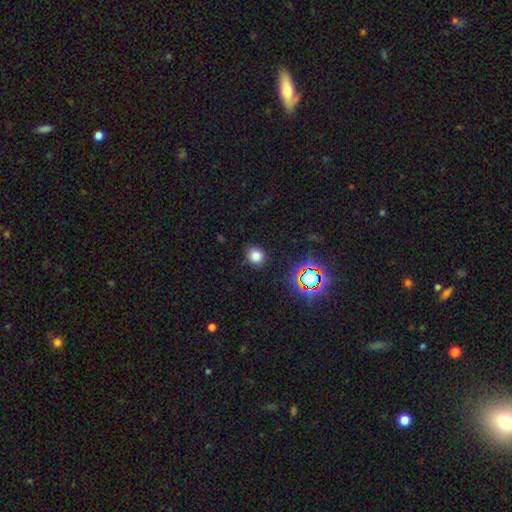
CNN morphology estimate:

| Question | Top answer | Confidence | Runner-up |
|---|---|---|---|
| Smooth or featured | smooth | 77% | star or artifact (17%) |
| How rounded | round | 78% | in between (21%) |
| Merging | none | 85% | minor disturbance (11%) |